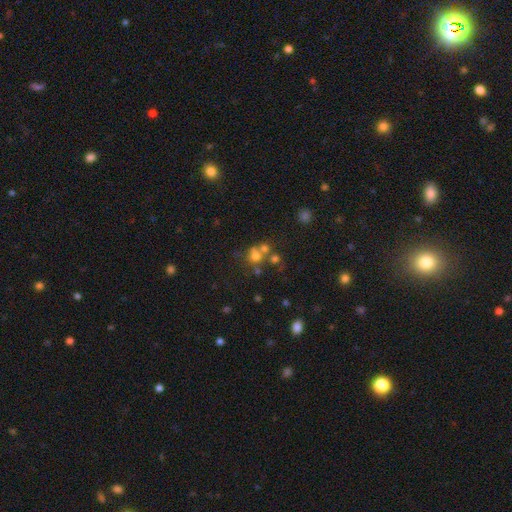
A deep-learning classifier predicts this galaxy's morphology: Smooth or featured? smooth (58%)
How rounded? round (81%)
Merging? merger (43%)